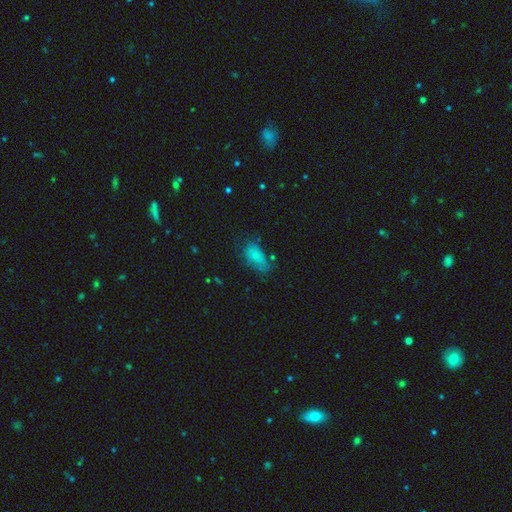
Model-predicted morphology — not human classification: A smooth galaxy with no disk features (78%) that is in between round and cigar-shaped (90%).

Vote fractions:
- Smooth or featured? smooth: 78% / featured or disk: 12% / star or artifact: 10%
- How rounded? in between: 90% / round: 5% / cigar-shaped: 5%
- Merging? none: 50% / minor disturbance: 30% / major disturbance: 15% / merger: 5%